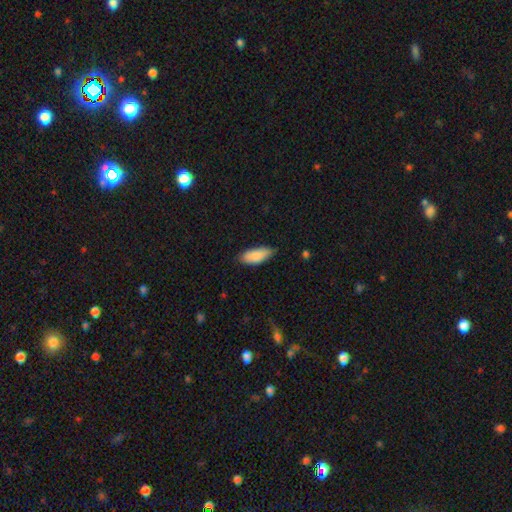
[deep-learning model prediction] Smooth or featured: smooth — 88% (featured or disk — 6%)
How rounded: in between — 83% (cigar-shaped — 16%)
Merging: none — 78% (minor disturbance — 18%)